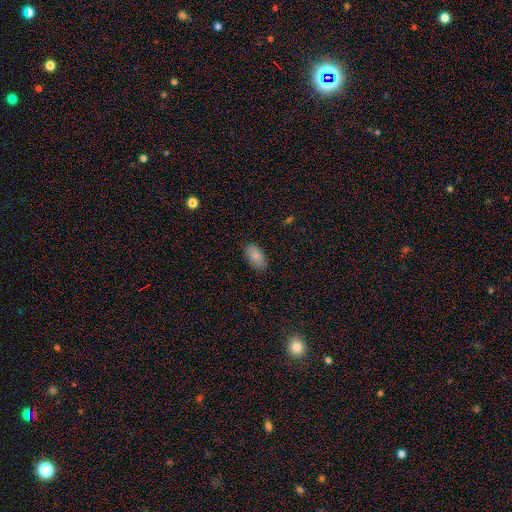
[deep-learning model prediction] smooth_or_featured: smooth (p=0.84) [alt: featured or disk p=0.08]
how_rounded: in between (p=0.94) [alt: round p=0.03]
merging: none (p=0.85) [alt: minor disturbance p=0.12]